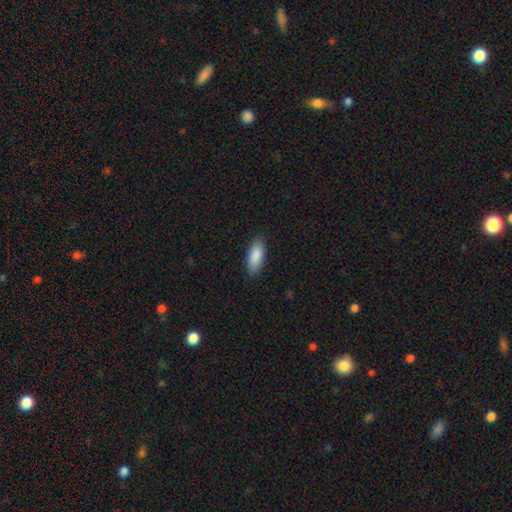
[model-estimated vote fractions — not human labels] Smooth or featured? Predicted: smooth (p=0.89). How rounded? Predicted: in between (p=0.78). Merging? Predicted: none (p=0.87).